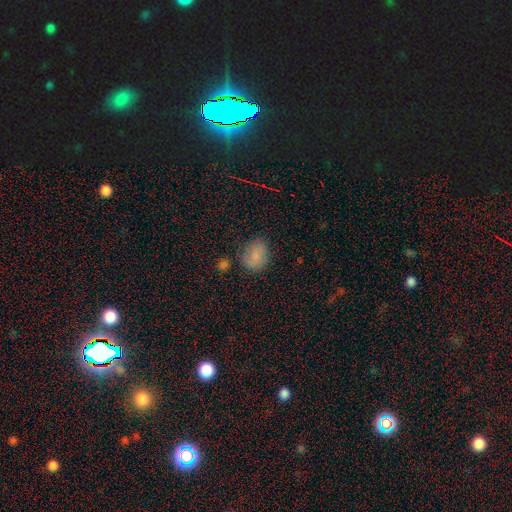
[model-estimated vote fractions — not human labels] A smooth galaxy with no disk features (80%) that is in between round and cigar-shaped (53%). Merging: none (67%).